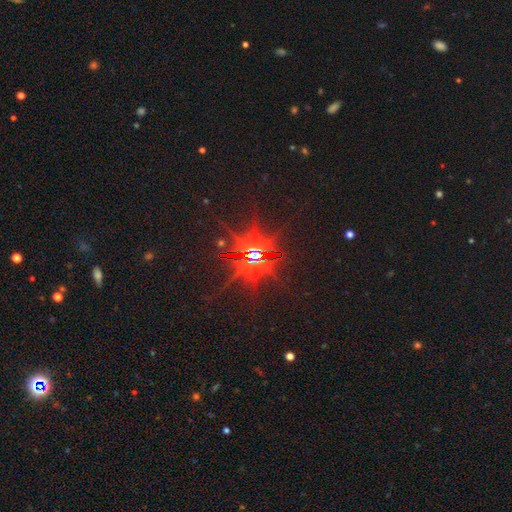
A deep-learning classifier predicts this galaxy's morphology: The model was most divided on "smooth or featured": star or artifact: 84%, featured or disk: 10%, smooth: 6%.